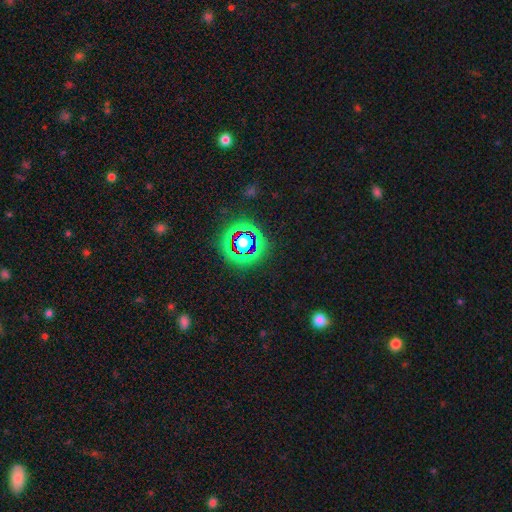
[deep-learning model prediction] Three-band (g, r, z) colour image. It shows a star or artifact, not a galaxy (65%).